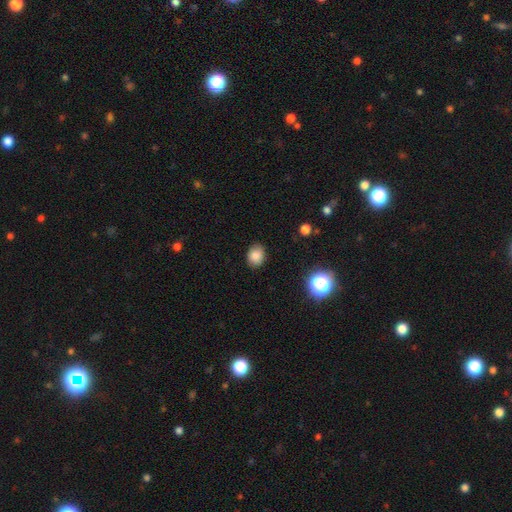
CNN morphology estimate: This appears to be a smooth galaxy with no disk features (84%) that is in between round and cigar-shaped (58%). Merging: none (85%).